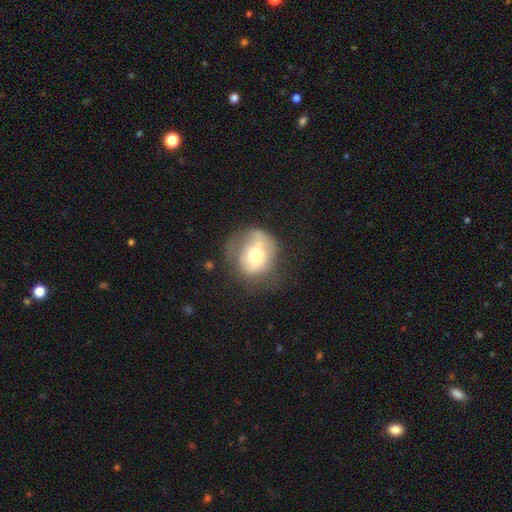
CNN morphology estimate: smooth_or_featured: smooth (p=0.57) [alt: featured or disk p=0.35]
how_rounded: round (p=0.70) [alt: in between p=0.29]
merging: none (p=0.41) [alt: minor disturbance p=0.31]